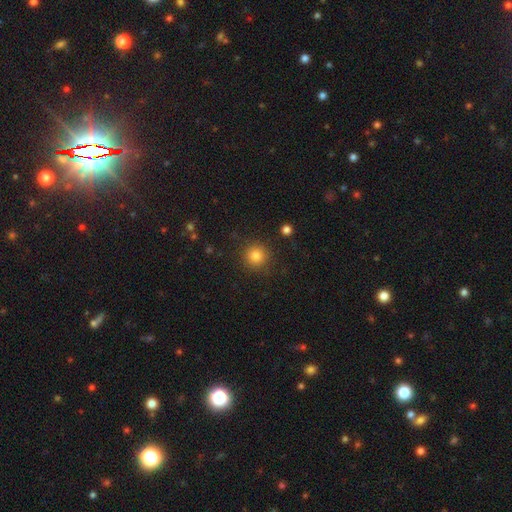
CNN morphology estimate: Overall: smooth (83%). How rounded: round (94%). Merging: none (89%).